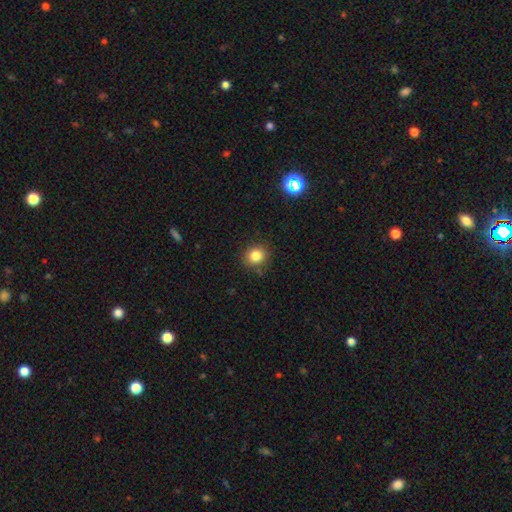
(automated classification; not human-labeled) This is clearly a smooth galaxy (82%). How rounded: clearly round (85%). Merging: clearly none (86%).